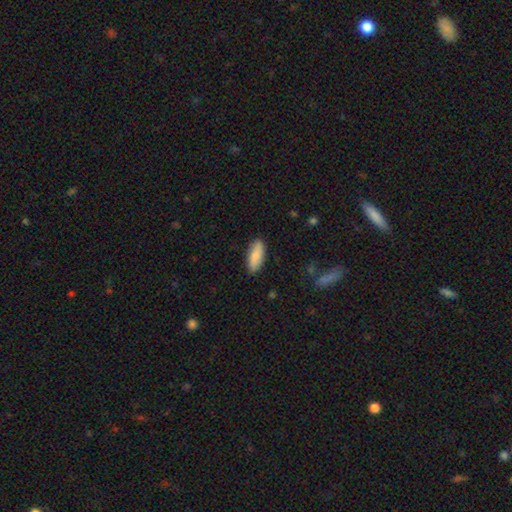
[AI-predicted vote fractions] Smooth or featured? Predicted: smooth (p=0.84). How rounded? Predicted: in between (p=0.69). Merging? Predicted: none (p=0.86).